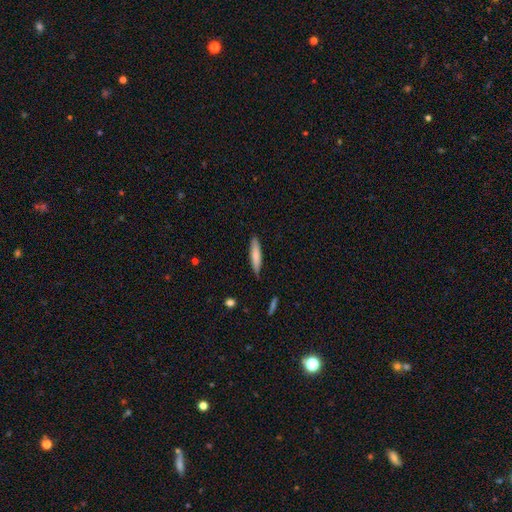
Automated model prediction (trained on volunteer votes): This appears to be a smooth galaxy with no disk features (77%) that is cigar-shaped (85%). Merging: none (83%).